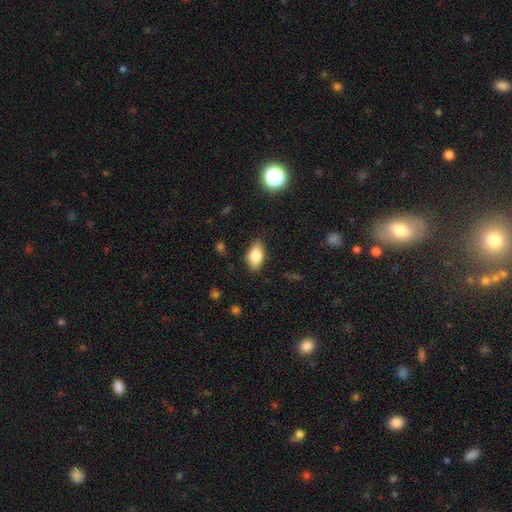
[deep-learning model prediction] This is likely a smooth galaxy (78%). How rounded: clearly in between (89%). Merging: clearly none (82%).